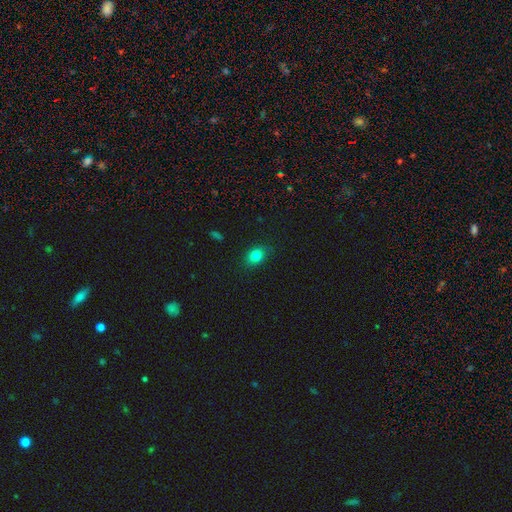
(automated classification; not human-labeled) This appears to be a smooth galaxy with no disk features (82%) that is in between round and cigar-shaped (62%). Merging: none (82%).